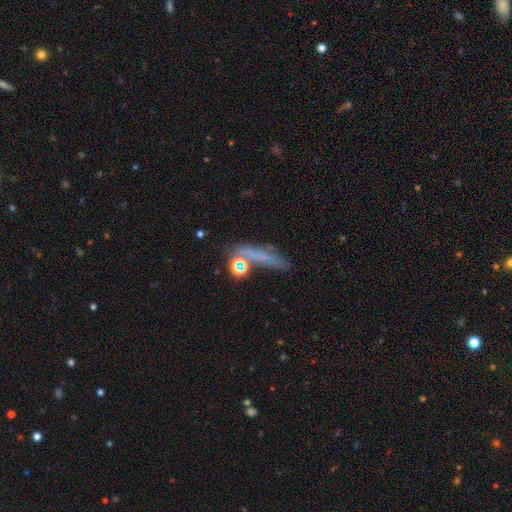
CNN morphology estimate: smooth 49%, featured or disk 29%, star or artifact 22%. Down the decision tree: merging — none (52%).